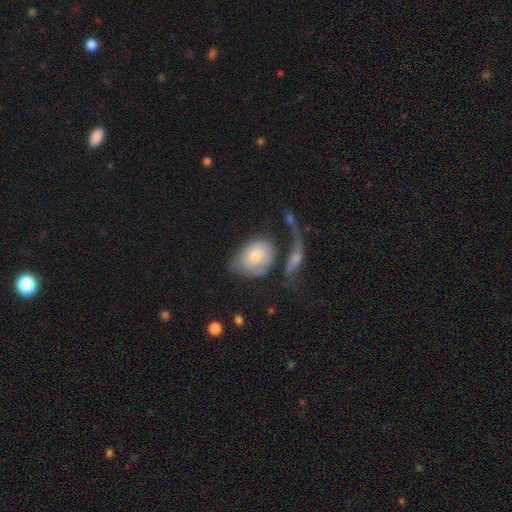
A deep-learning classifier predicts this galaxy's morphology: This is likely a smooth galaxy (67%). How rounded: likely in between (65%). Merging: marginally none (28%).